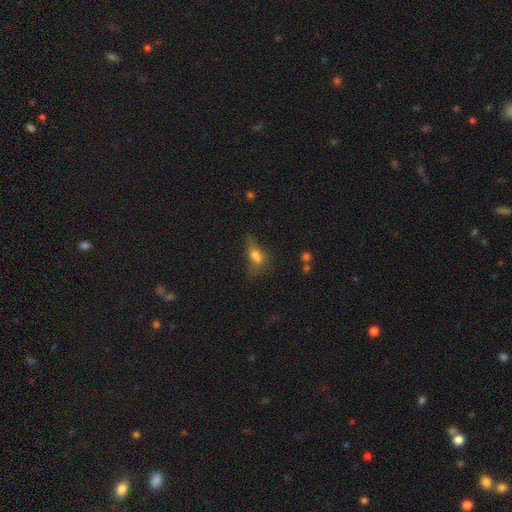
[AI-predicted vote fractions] smooth-or-featured: smooth: 65% | featured or disk: 21% | star or artifact: 14%
  how-rounded: in between: 74% | cigar-shaped: 15% | round: 11%
  merging: none: 33% | major disturbance: 30% | minor disturbance: 27% | merger: 11%